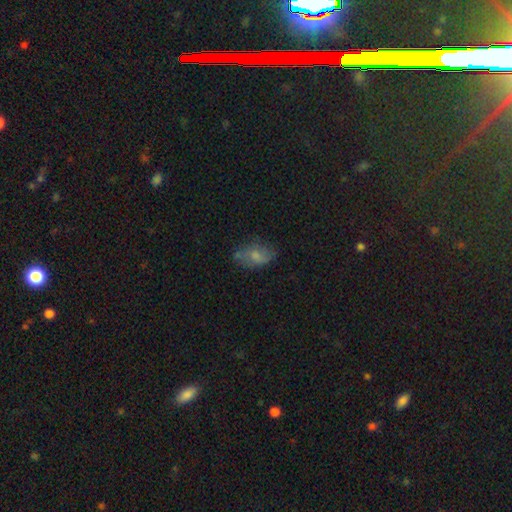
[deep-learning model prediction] A smooth galaxy with no disk features (64%) that is in between round and cigar-shaped (88%).

Vote fractions:
- Smooth or featured? smooth: 64% / featured or disk: 26% / star or artifact: 9%
- How rounded? in between: 88% / round: 9% / cigar-shaped: 3%
- Merging? none: 59% / minor disturbance: 27% / major disturbance: 11% / merger: 4%